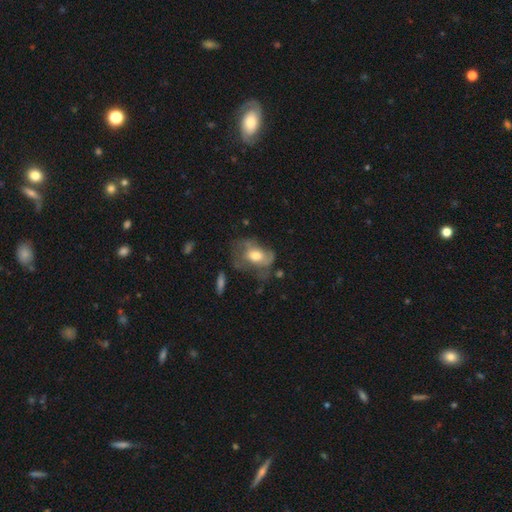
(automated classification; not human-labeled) Q: Smooth or featured?
A: smooth (48%); runner-up: featured or disk (44%)
Q: Merging?
A: major disturbance (41%); runner-up: none (29%)